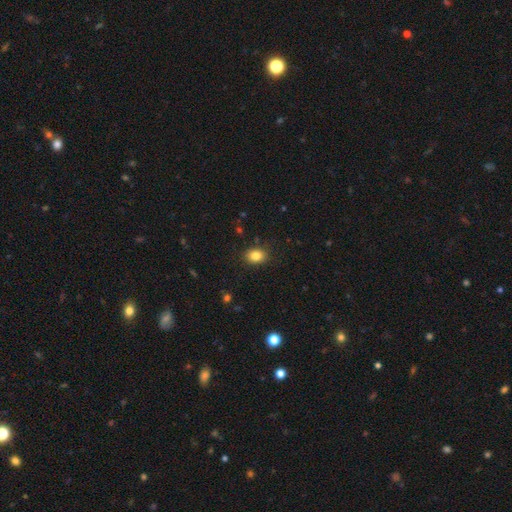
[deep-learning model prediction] This is clearly a smooth galaxy (84%). How rounded: likely in between (64%). Merging: clearly none (87%).